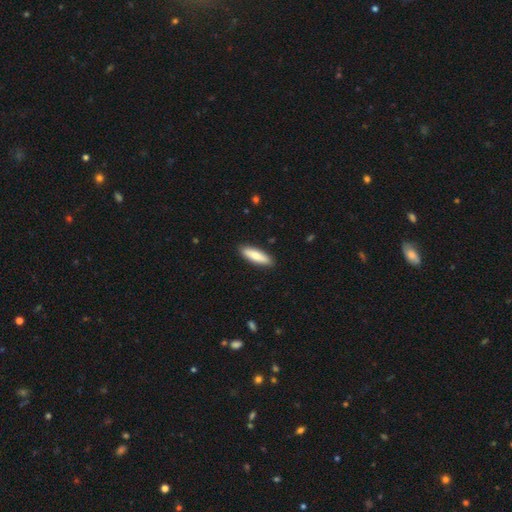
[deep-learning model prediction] smooth_or_featured: smooth (p=0.78) [alt: featured or disk p=0.16]
how_rounded: cigar-shaped (p=0.56) [alt: in between p=0.42]
merging: none (p=0.90) [alt: minor disturbance p=0.07]